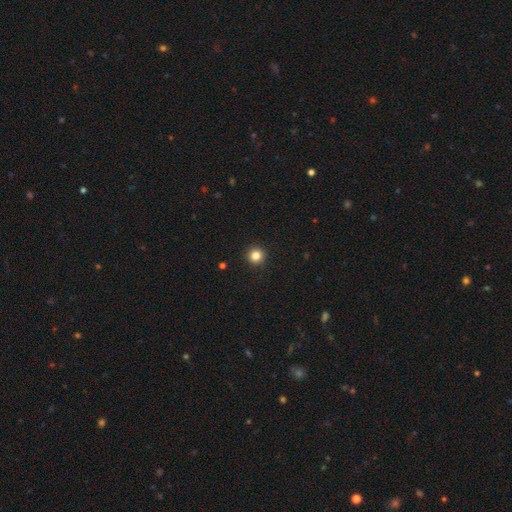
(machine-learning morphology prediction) smooth 83%, star or artifact 12%, featured or disk 5%. Down the decision tree: how rounded — round (96%); merging — none (93%).